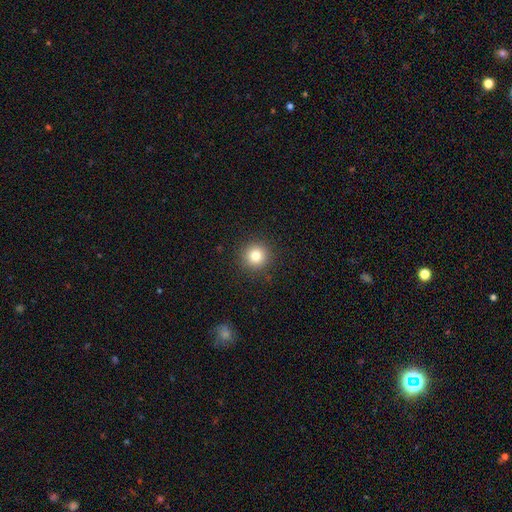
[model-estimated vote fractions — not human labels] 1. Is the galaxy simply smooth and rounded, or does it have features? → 81% smooth, 12% star or artifact, 7% featured or disk.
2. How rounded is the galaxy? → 95% round, 4% in between, 1% cigar-shaped.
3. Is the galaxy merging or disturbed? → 91% none, 5% minor disturbance, 2% major disturbance, 1% merger.